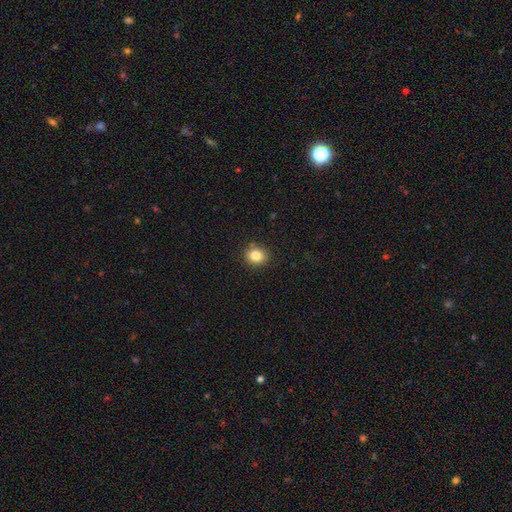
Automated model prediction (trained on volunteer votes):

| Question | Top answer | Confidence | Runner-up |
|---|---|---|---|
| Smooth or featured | smooth | 82% | star or artifact (11%) |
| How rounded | round | 73% | in between (26%) |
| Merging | none | 87% | minor disturbance (9%) |